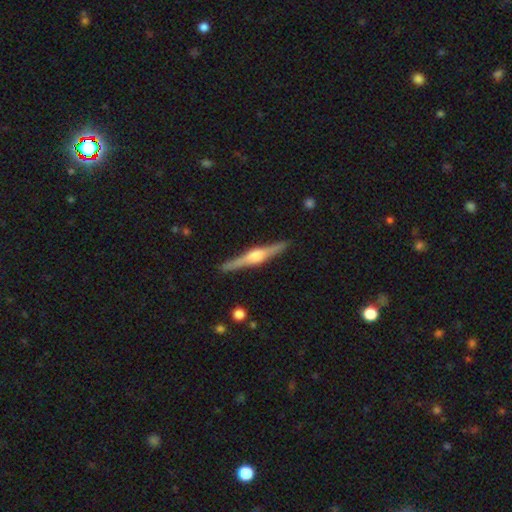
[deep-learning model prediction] Smooth or featured? Predicted: featured or disk (p=0.82). Edge-on disk? Predicted: yes (p=0.98). Edge-on bulge? Predicted: rounded (p=0.84). Merging? Predicted: none (p=0.90).